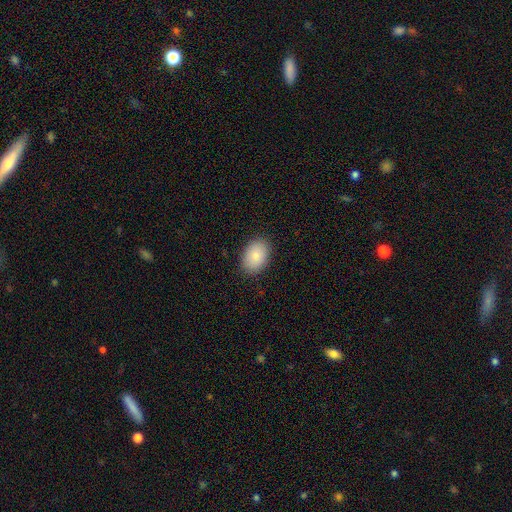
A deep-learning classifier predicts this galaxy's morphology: smooth-or-featured: smooth: 85% | featured or disk: 8% | star or artifact: 7%
  how-rounded: in between: 80% | round: 19% | cigar-shaped: 1%
  merging: none: 88% | minor disturbance: 9% | major disturbance: 2% | merger: 1%